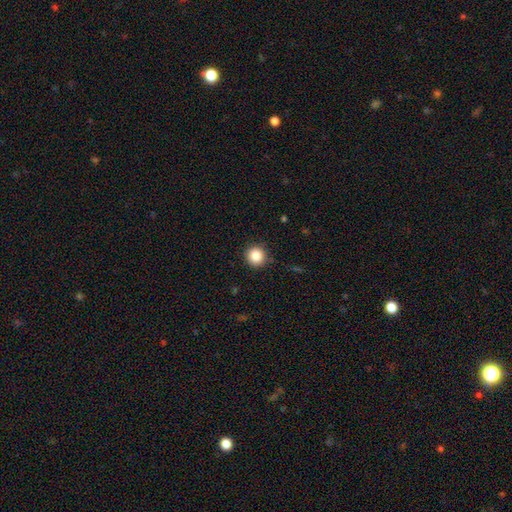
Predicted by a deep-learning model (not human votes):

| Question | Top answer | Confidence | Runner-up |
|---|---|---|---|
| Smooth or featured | smooth | 86% | star or artifact (10%) |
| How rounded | round | 94% | in between (5%) |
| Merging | none | 90% | minor disturbance (7%) |